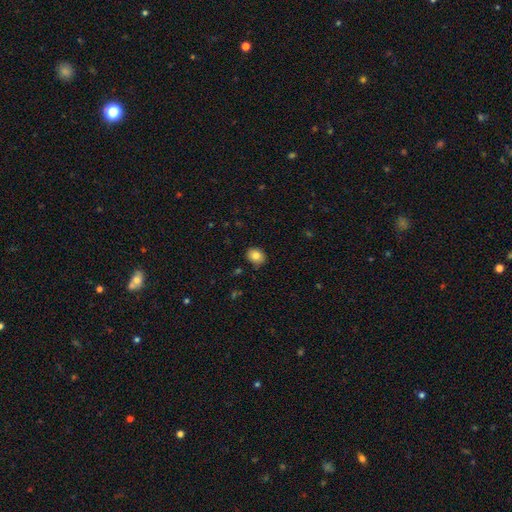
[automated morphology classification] Smooth or featured? smooth (82%)
How rounded? round (63%)
Merging? none (85%)